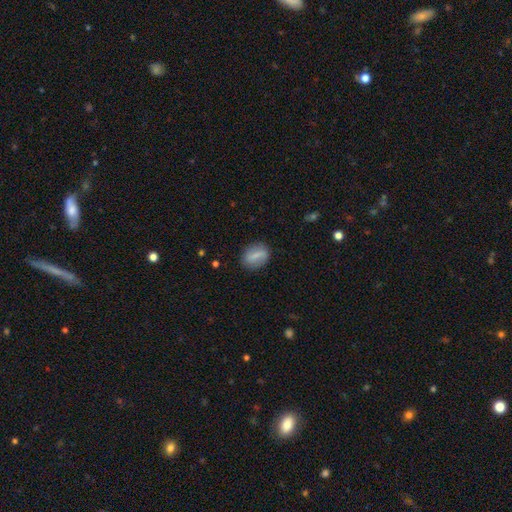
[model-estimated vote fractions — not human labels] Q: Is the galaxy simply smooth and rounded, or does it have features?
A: smooth — 61%.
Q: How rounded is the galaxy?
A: in between — 65%.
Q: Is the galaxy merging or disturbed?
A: none — 83%.